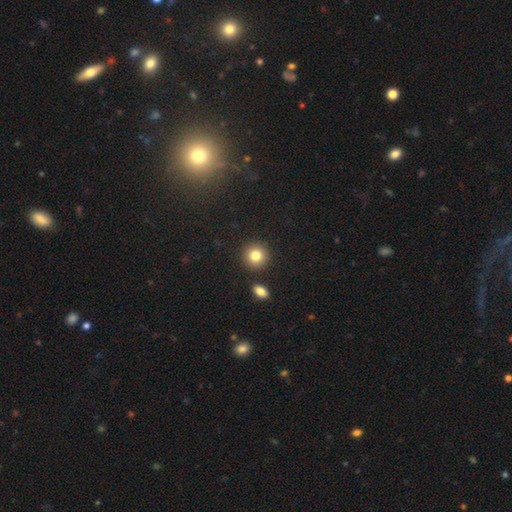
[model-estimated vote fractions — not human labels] This appears to be a smooth galaxy with no disk features (82%) that is round (92%). Merging: none (88%).